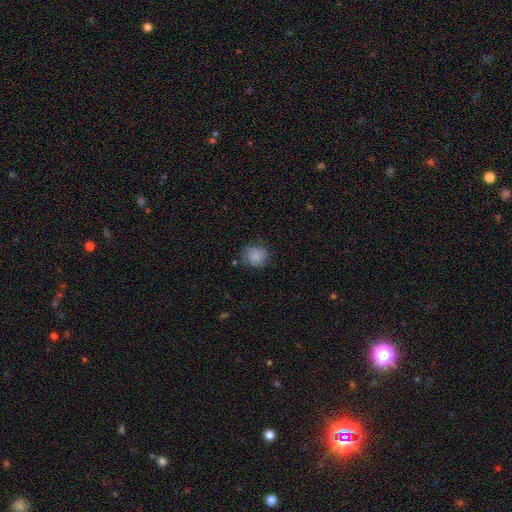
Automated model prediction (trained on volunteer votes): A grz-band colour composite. It shows a smooth galaxy with no disk features (85%) that is round (84%). Merging: none (74%).